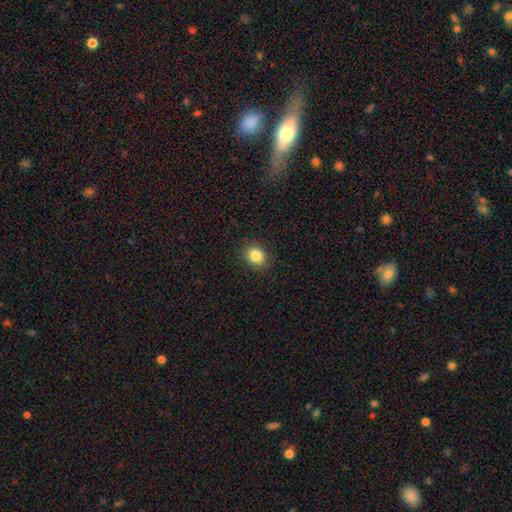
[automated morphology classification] Smooth or featured? Predicted: smooth (p=0.85). How rounded? Predicted: round (p=0.63). Merging? Predicted: none (p=0.89).